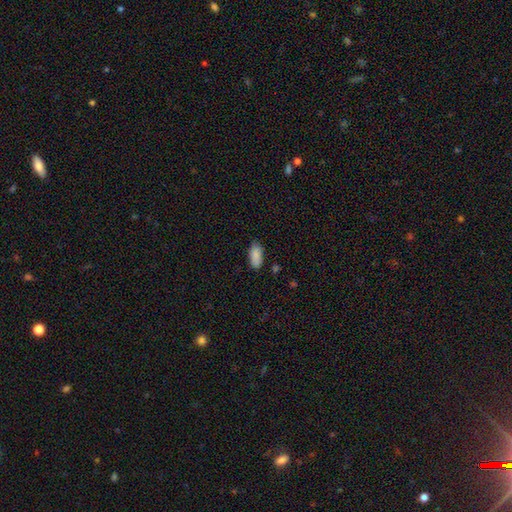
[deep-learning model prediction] This appears to be a smooth galaxy with no disk features (88%) that is in between round and cigar-shaped (89%). Merging: none (78%).